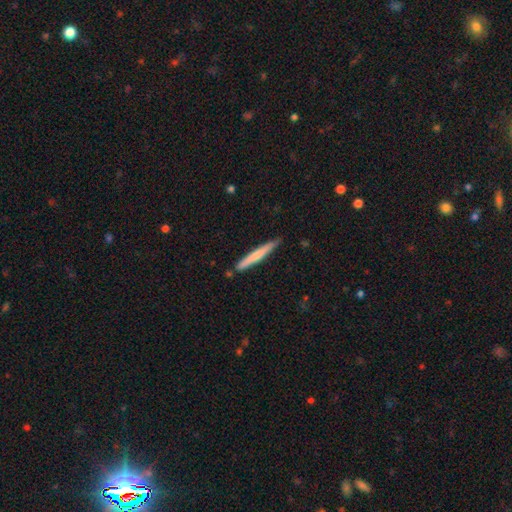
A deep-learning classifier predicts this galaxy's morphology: type=smooth (62%); roundness=cigar-shaped (96%); merging=none (85%).